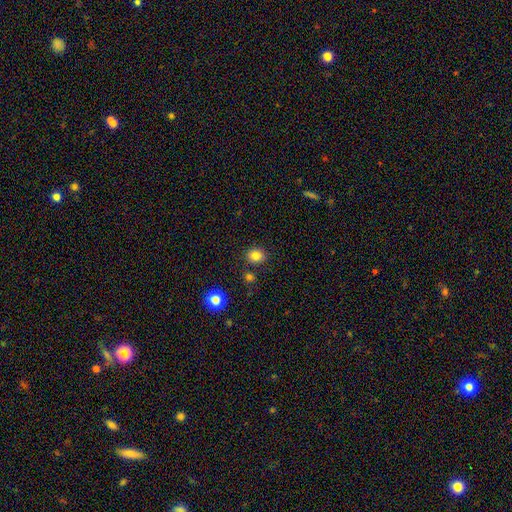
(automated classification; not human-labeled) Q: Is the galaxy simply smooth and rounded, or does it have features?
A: smooth — 82%.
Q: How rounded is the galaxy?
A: round — 69%.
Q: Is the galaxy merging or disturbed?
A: none — 85%.